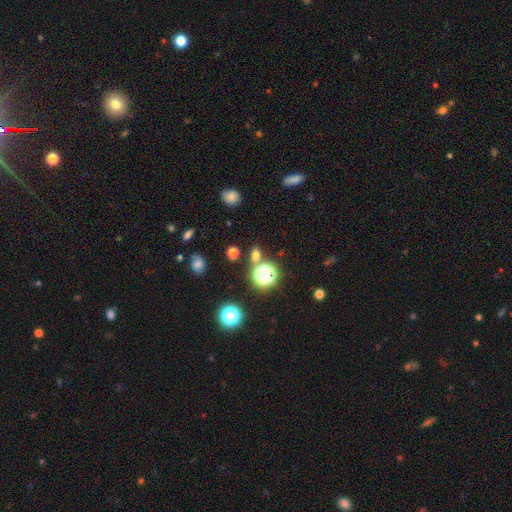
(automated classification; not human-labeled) Smooth or featured?
  - smooth: 58% *
  - star or artifact: 35%
  - featured or disk: 8%
How rounded?
  - round: 59% *
  - in between: 38%
  - cigar-shaped: 3%
Merging?
  - none: 75% *
  - merger: 11%
  - minor disturbance: 9%
  - major disturbance: 4%